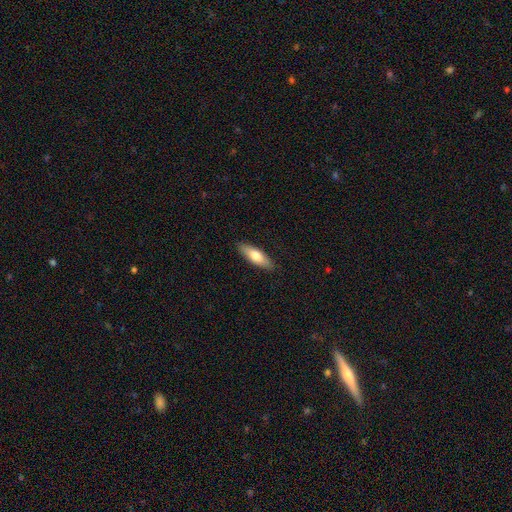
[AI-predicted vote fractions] Smooth or featured? smooth (70%)
How rounded? cigar-shaped (52%)
Merging? none (89%)